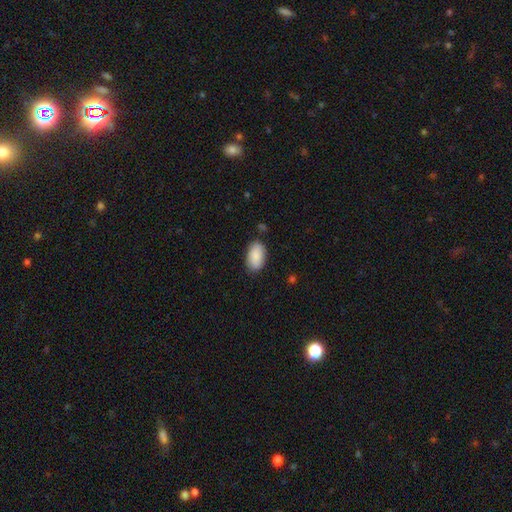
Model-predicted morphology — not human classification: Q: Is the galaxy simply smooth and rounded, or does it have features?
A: smooth — 87%.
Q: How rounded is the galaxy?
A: in between — 94%.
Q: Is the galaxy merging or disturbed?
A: none — 82%.